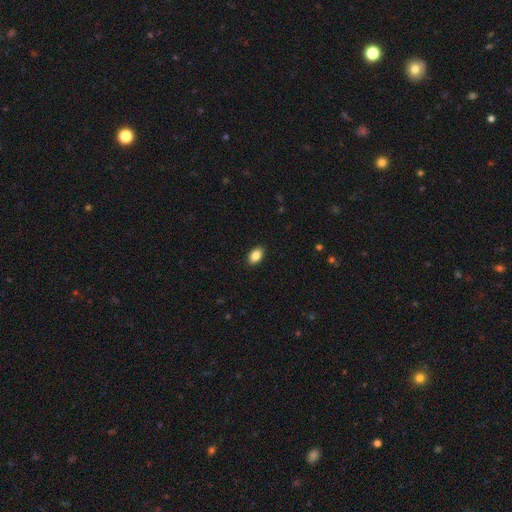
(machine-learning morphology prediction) smooth_or_featured: smooth (p=0.86) [alt: star or artifact p=0.08]
how_rounded: in between (p=0.90) [alt: round p=0.08]
merging: none (p=0.90) [alt: minor disturbance p=0.08]